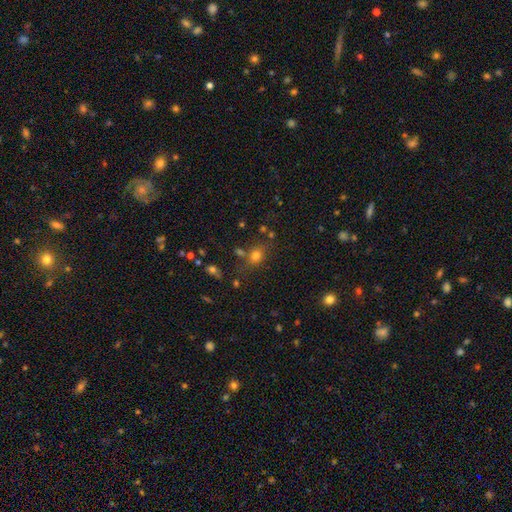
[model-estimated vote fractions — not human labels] This appears to be a smooth galaxy with no disk features (73%) that is round (58%). Merging: none (66%).